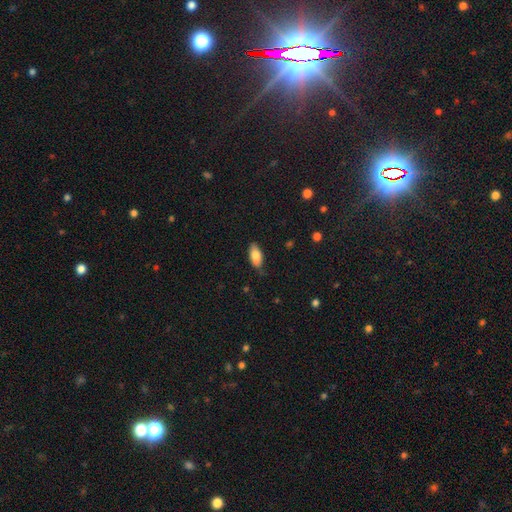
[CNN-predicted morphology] type=smooth (80%); roundness=in between (88%); merging=none (77%).